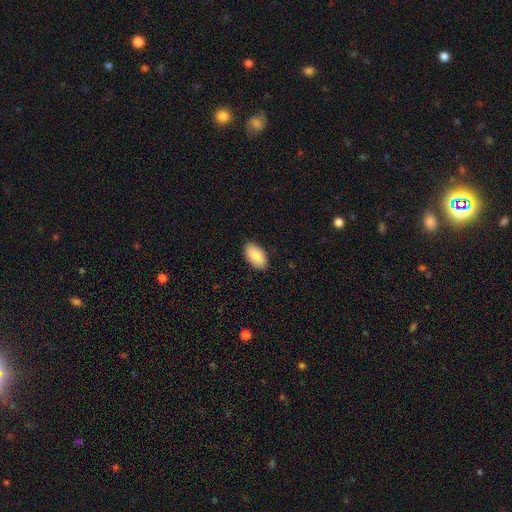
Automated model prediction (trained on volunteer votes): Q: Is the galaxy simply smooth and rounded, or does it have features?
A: smooth — 89%.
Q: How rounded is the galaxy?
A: in between — 96%.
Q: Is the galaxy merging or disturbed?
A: none — 89%.